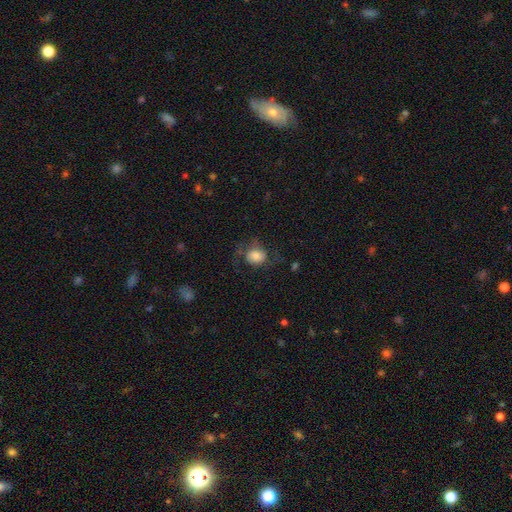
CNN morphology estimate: Smooth or featured: smooth — 64% (featured or disk — 28%)
How rounded: round — 67% (in between — 32%)
Merging: none — 52% (major disturbance — 25%)